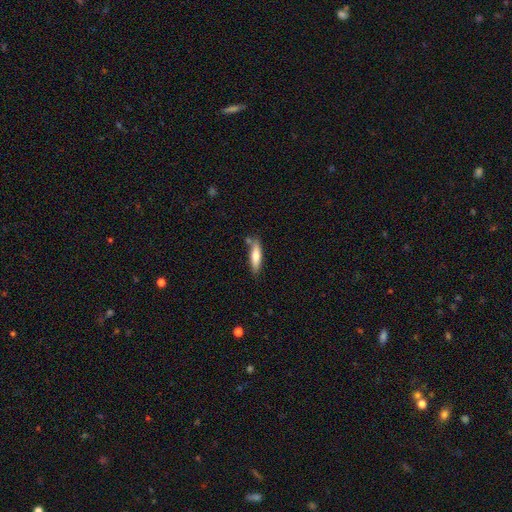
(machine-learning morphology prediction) This appears to be a smooth galaxy with no disk features (71%) that is cigar-shaped (72%). Merging: none (73%).